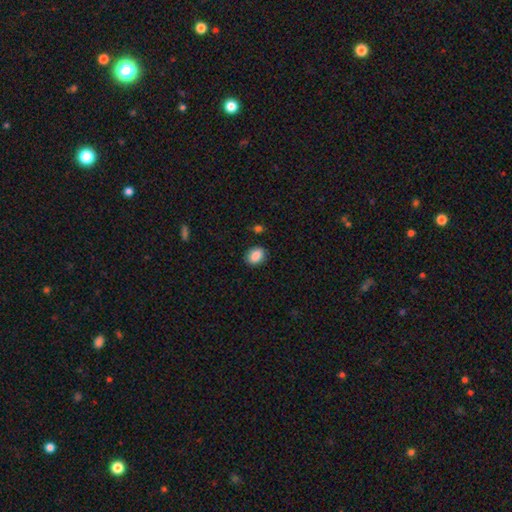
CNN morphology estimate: This appears to be a smooth galaxy with no disk features (87%) that is in between round and cigar-shaped (71%). Merging: none (87%).